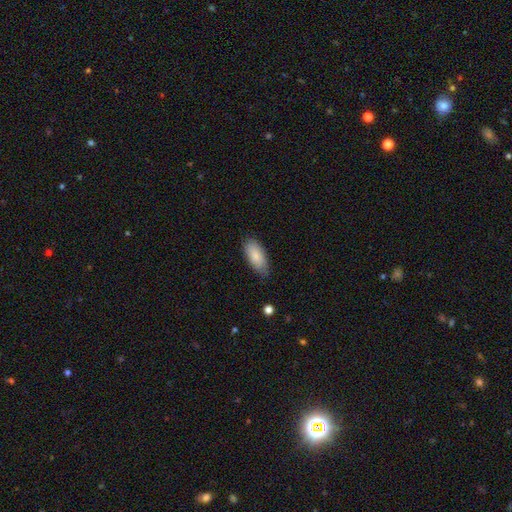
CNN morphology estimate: This appears to be a smooth galaxy with no disk features (85%) that is in between round and cigar-shaped (87%). Merging: none (77%).